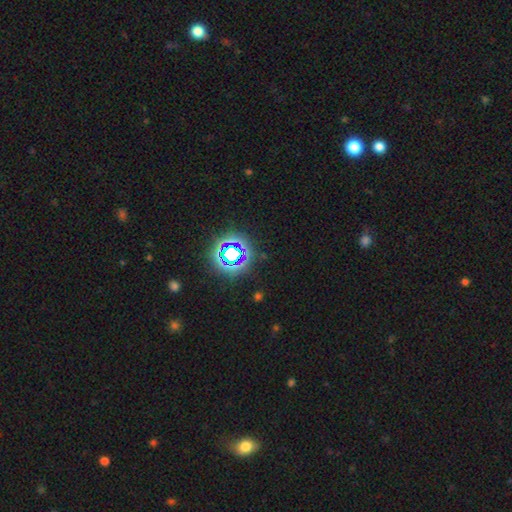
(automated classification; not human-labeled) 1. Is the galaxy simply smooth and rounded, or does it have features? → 72% star or artifact, 22% smooth, 6% featured or disk.